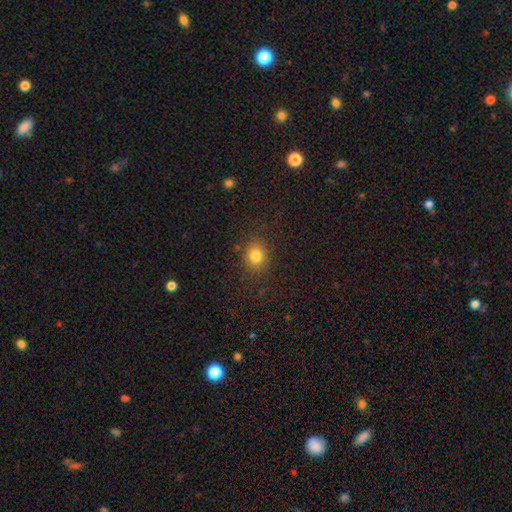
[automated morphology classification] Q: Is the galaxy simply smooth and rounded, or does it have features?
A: smooth — 79%.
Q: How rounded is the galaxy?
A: round — 71%.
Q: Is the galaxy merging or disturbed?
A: none — 83%.